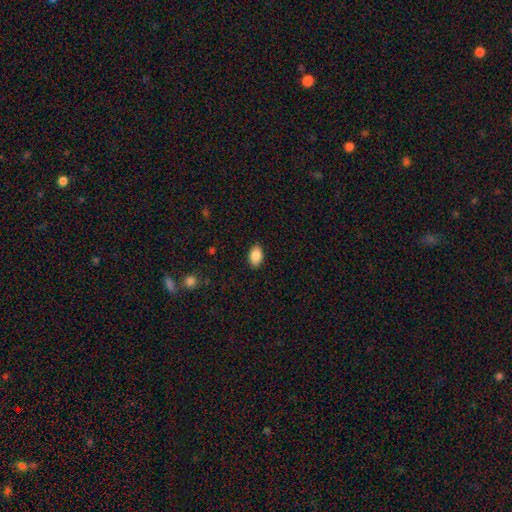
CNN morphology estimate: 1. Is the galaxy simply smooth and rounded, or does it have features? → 88% smooth, 7% star or artifact, 5% featured or disk.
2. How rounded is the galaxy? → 91% in between, 8% round, 2% cigar-shaped.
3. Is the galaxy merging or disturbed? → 88% none, 9% minor disturbance, 2% major disturbance, 1% merger.